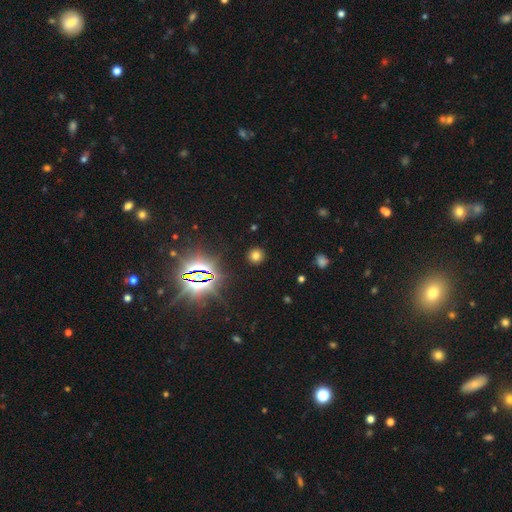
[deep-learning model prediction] The model was most divided on "smooth or featured": smooth: 67%, star or artifact: 26%, featured or disk: 7%. More confident: how rounded — round (92%); merging — none (91%).